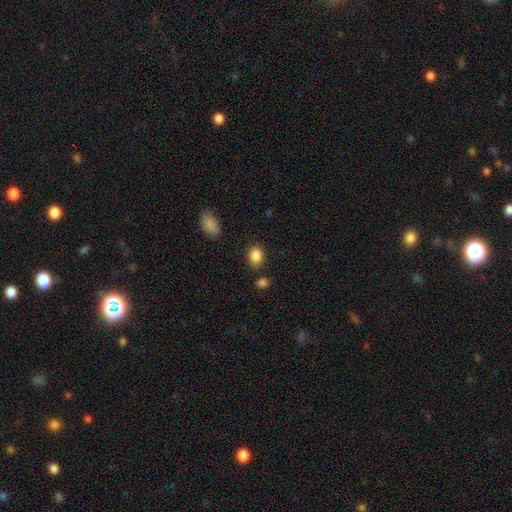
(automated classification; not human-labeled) Morphology: type=smooth (88%); roundness=in between (65%); merging=none (80%).